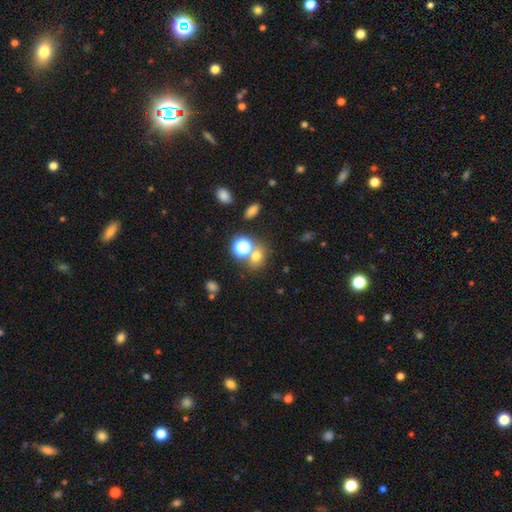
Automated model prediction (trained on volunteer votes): smooth-or-featured: smooth: 67% | star or artifact: 24% | featured or disk: 9%
  how-rounded: round: 70% | in between: 29% | cigar-shaped: 1%
  merging: none: 60% | merger: 27% | minor disturbance: 9% | major disturbance: 4%